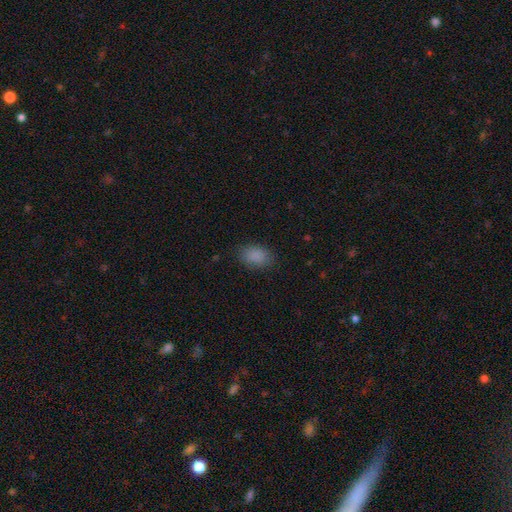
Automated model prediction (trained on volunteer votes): This is clearly a smooth galaxy (87%). How rounded: clearly in between (85%). Merging: clearly none (82%).